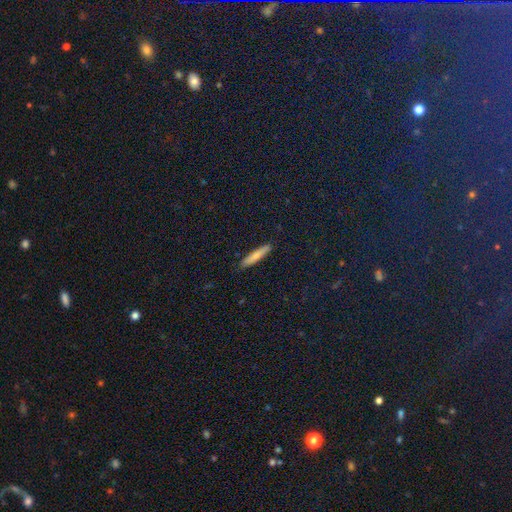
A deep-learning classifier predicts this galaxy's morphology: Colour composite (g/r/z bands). It shows a smooth galaxy with no disk features (71%) that is cigar-shaped (91%). Merging: none (90%).